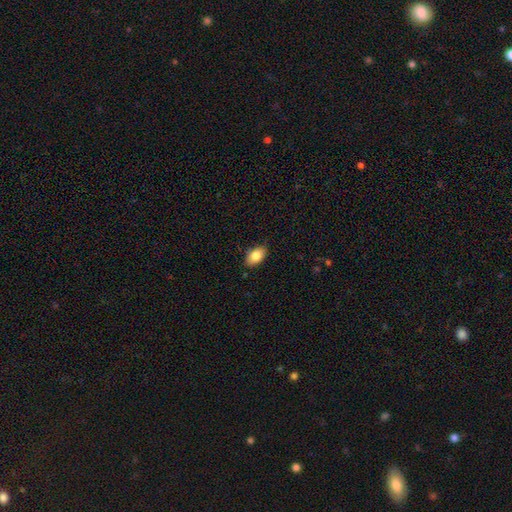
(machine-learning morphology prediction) Smooth or featured: smooth — 83% (featured or disk — 10%)
How rounded: in between — 92% (round — 7%)
Merging: none — 85% (minor disturbance — 12%)